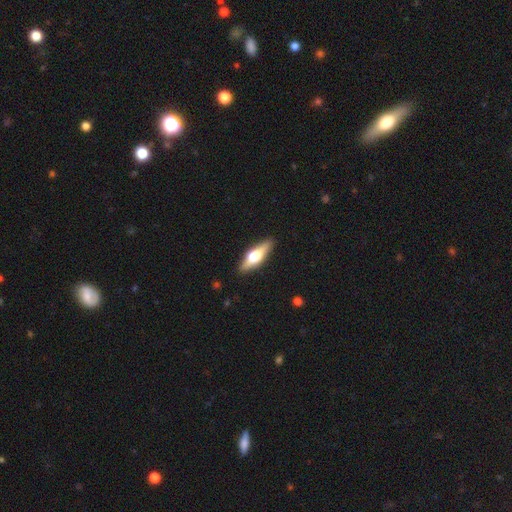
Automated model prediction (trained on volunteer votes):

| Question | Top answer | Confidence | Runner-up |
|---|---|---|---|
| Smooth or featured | featured or disk | 57% | smooth (37%) |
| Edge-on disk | yes | 94% | no (6%) |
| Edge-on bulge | rounded | 92% | boxy (6%) |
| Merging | none | 88% | minor disturbance (9%) |